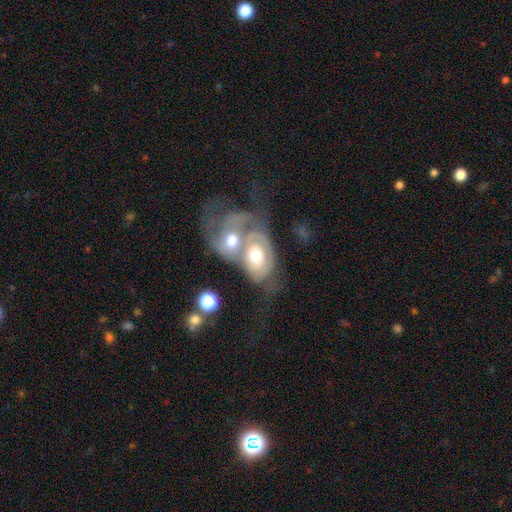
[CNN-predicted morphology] Smooth or featured? Predicted: featured or disk (p=0.69). Edge-on disk? Predicted: no (p=0.96). Bar? Predicted: no (p=0.74). Spiral arms? Predicted: yes (p=0.76). Spiral winding? Predicted: tight (p=0.49). Spiral arm count? Predicted: 2 (p=0.49). Bulge size? Predicted: moderate (p=0.71). Merging? Predicted: merger (p=0.68).